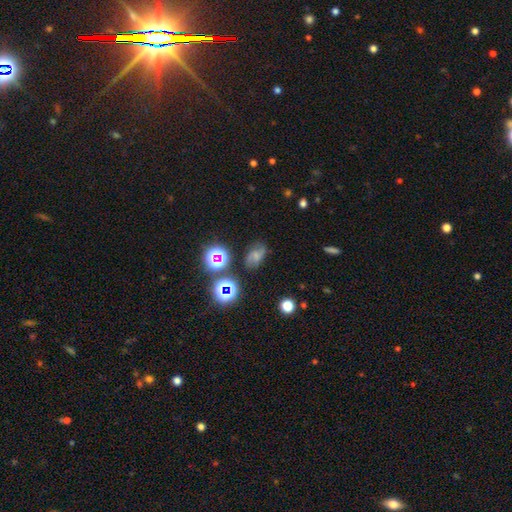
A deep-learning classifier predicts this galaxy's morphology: This is marginally a smooth galaxy (43%). Merging: likely none (65%).